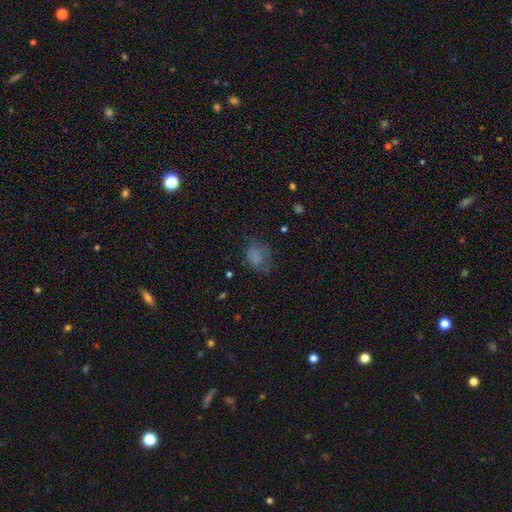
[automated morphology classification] A smooth galaxy with no disk features (71%) that is in between round and cigar-shaped (61%).

Vote fractions:
- Smooth or featured? smooth: 71% / featured or disk: 15% / star or artifact: 14%
- How rounded? in between: 61% / round: 38% / cigar-shaped: 1%
- Merging? none: 49% / minor disturbance: 28% / major disturbance: 22% / merger: 2%